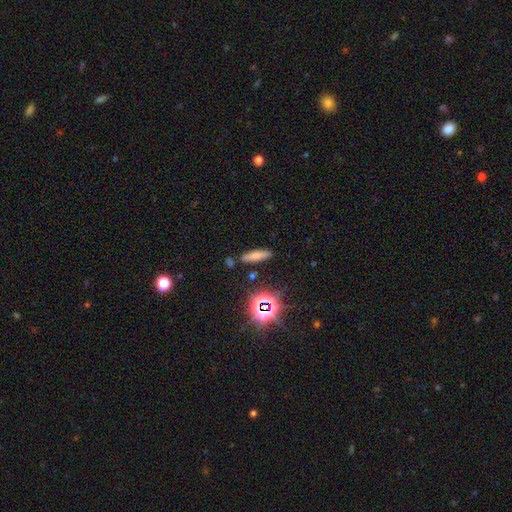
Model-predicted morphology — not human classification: smooth 66%, star or artifact 19%, featured or disk 14%. Down the decision tree: how rounded — cigar-shaped (73%); merging — none (83%).